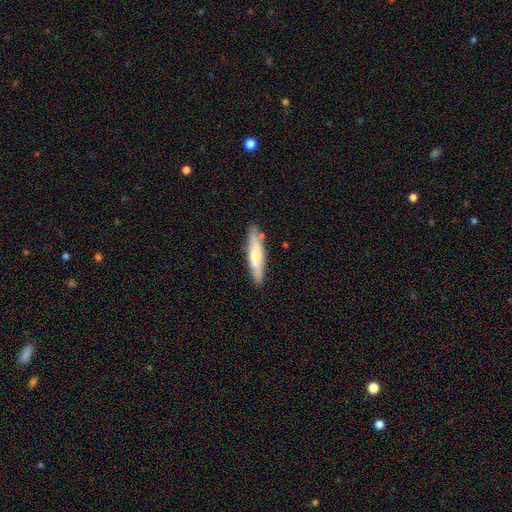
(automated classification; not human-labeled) Q: Smooth or featured?
A: smooth (53%); runner-up: featured or disk (41%)
Q: How rounded?
A: cigar-shaped (80%); runner-up: in between (18%)
Q: Merging?
A: none (80%); runner-up: minor disturbance (13%)